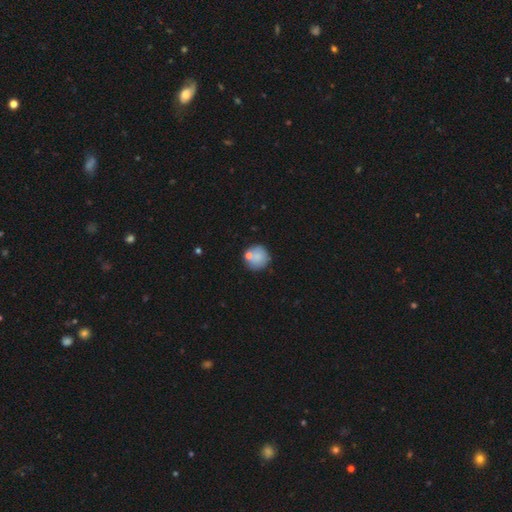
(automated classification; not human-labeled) Smooth or featured? Predicted: smooth (p=0.77). How rounded? Predicted: round (p=0.92). Merging? Predicted: none (p=0.71).